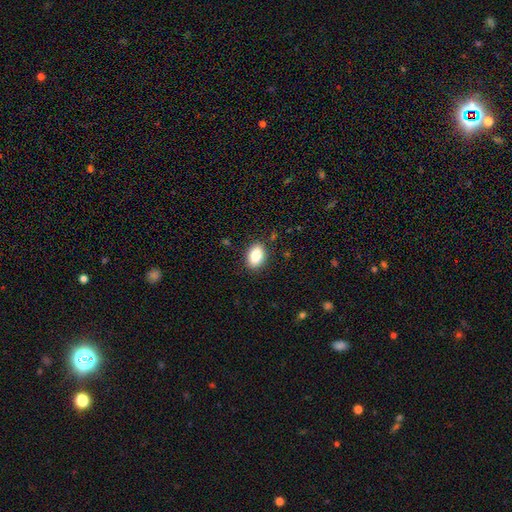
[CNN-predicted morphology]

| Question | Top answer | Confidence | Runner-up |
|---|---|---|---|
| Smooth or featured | smooth | 86% | star or artifact (8%) |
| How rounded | in between | 85% | round (14%) |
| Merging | none | 88% | minor disturbance (9%) |